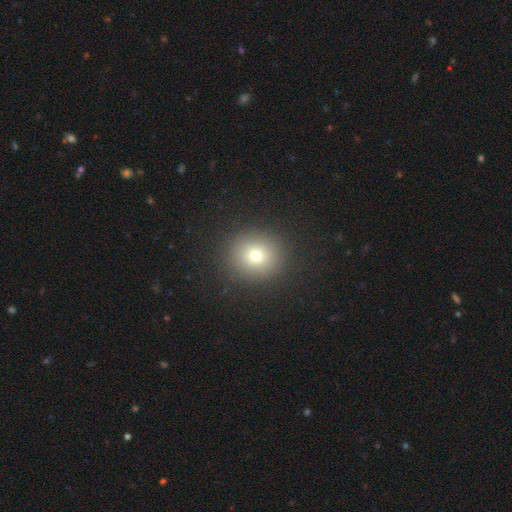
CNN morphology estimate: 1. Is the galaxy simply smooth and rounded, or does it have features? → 74% smooth, 16% star or artifact, 10% featured or disk.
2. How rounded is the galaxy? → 87% round, 12% in between, 1% cigar-shaped.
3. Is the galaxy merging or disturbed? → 91% none, 5% minor disturbance, 3% major disturbance, 1% merger.